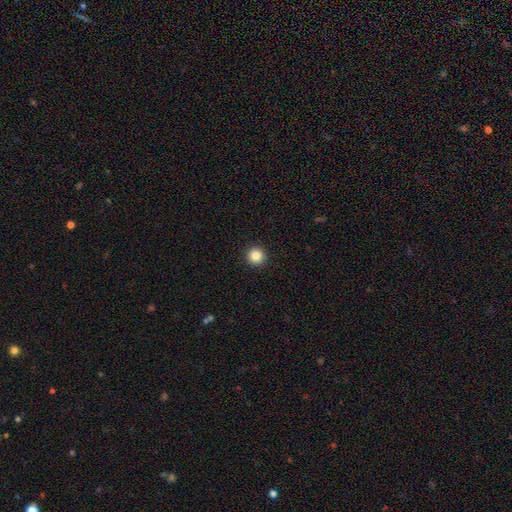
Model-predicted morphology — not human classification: Q: Smooth or featured?
A: smooth (85%); runner-up: star or artifact (11%)
Q: How rounded?
A: round (96%); runner-up: in between (3%)
Q: Merging?
A: none (94%); runner-up: minor disturbance (4%)